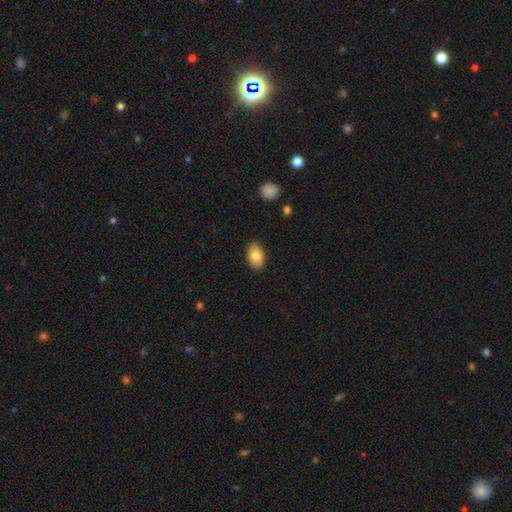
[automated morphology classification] Smooth or featured?
  - smooth: 81% *
  - featured or disk: 11%
  - star or artifact: 7%
How rounded?
  - in between: 89% *
  - round: 10%
  - cigar-shaped: 1%
Merging?
  - none: 88% *
  - minor disturbance: 9%
  - major disturbance: 2%
  - merger: 1%